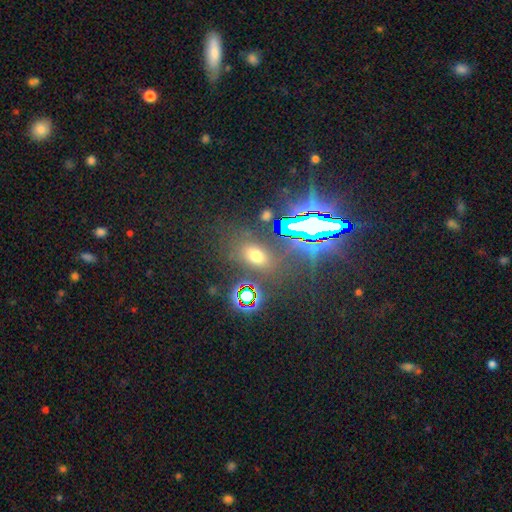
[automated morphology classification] Smooth or featured? Predicted: smooth (p=0.55). How rounded? Predicted: in between (p=0.75). Merging? Predicted: none (p=0.78).